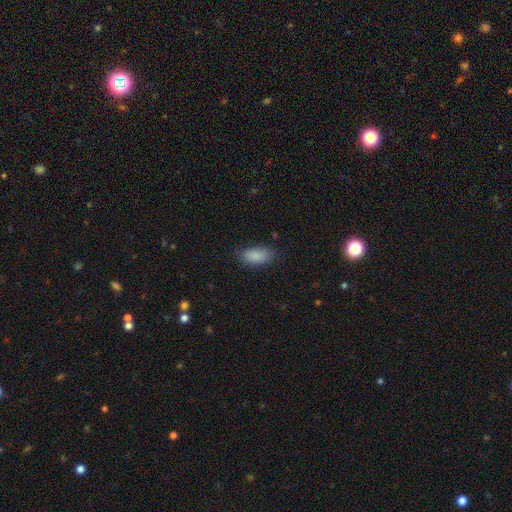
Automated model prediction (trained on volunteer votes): Smooth or featured? Predicted: smooth (p=0.88). How rounded? Predicted: in between (p=0.90). Merging? Predicted: none (p=0.79).